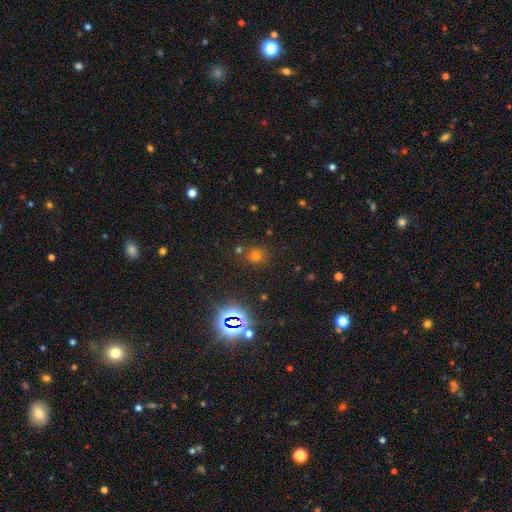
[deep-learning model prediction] Smooth or featured: smooth — 60% (star or artifact — 31%)
How rounded: round — 85% (in between — 14%)
Merging: none — 75% (merger — 11%)